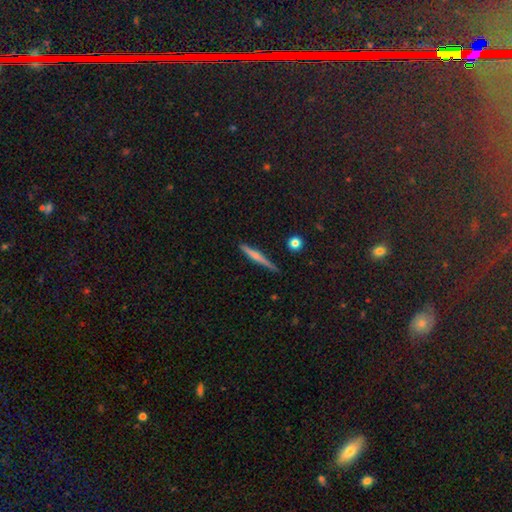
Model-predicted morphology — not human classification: A featured or disk galaxy (47%, tied with smooth).

Vote fractions:
- Smooth or featured? featured or disk: 47% (tied) / smooth: 47% (tied) / star or artifact: 6%
- Merging? none: 85% / minor disturbance: 11% / major disturbance: 2% / merger: 2%